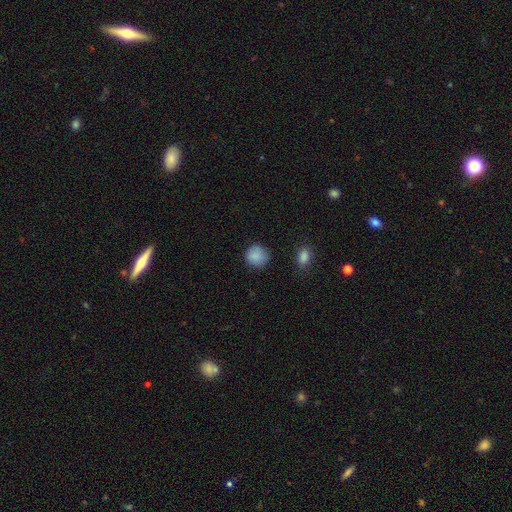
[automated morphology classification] Smooth or featured: smooth — 88% (star or artifact — 8%)
How rounded: round — 90% (in between — 9%)
Merging: none — 82% (minor disturbance — 13%)